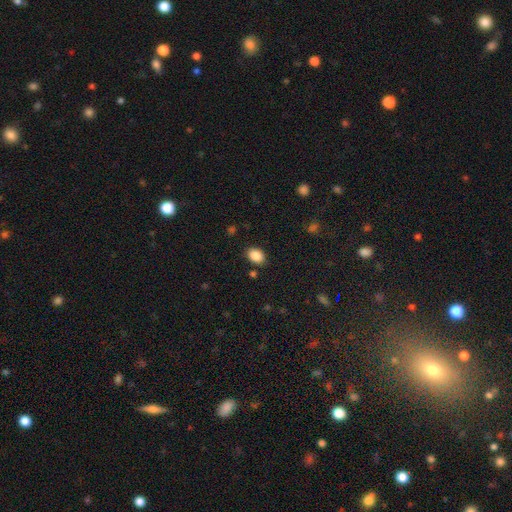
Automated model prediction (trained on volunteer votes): smooth_or_featured: smooth (p=0.88) [alt: star or artifact p=0.08]
how_rounded: in between (p=0.73) [alt: round p=0.26]
merging: none (p=0.86) [alt: minor disturbance p=0.10]